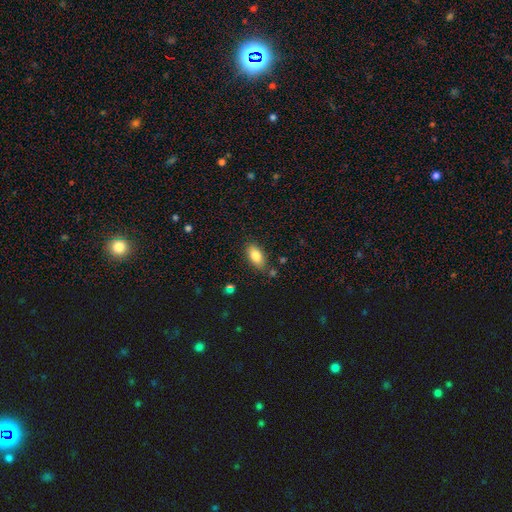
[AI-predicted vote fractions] Smooth or featured?
  - smooth: 82% *
  - featured or disk: 10%
  - star or artifact: 7%
How rounded?
  - in between: 90% *
  - cigar-shaped: 7%
  - round: 4%
Merging?
  - none: 81% *
  - minor disturbance: 13%
  - merger: 3%
  - major disturbance: 3%